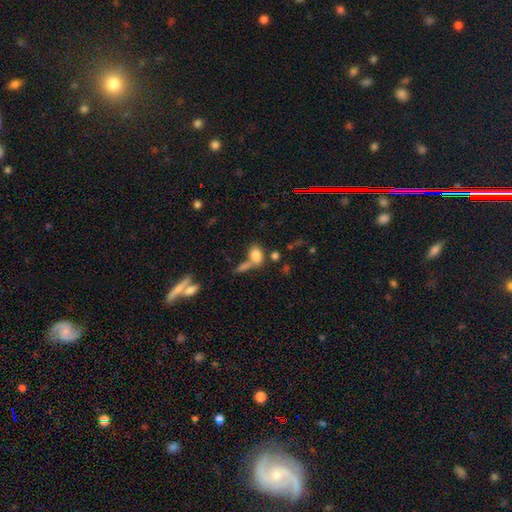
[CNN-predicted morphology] This appears to be a smooth galaxy with no disk features (79%) that is in between round and cigar-shaped (79%). Merging: merger (40%, tied with none).